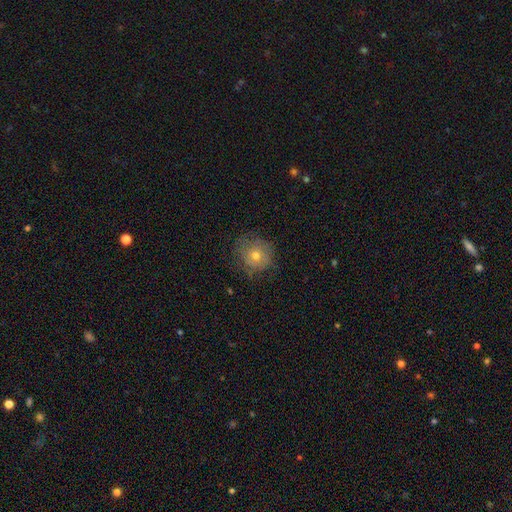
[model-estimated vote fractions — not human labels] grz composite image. It shows a smooth galaxy with no disk features (58%) that is round (89%). Merging: none (72%).